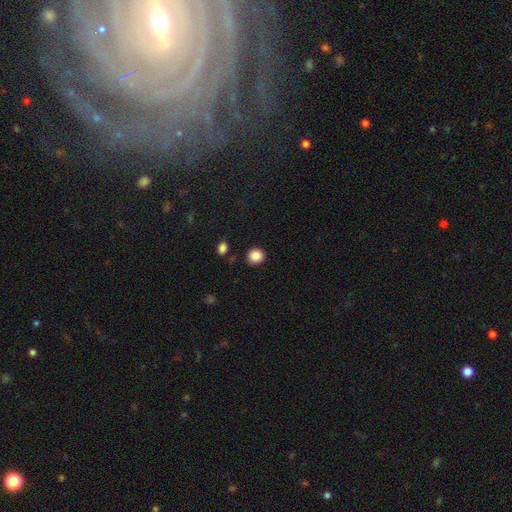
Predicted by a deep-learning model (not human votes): Smooth or featured?
  - smooth: 88% *
  - star or artifact: 9%
  - featured or disk: 3%
How rounded?
  - round: 80% *
  - in between: 19%
  - cigar-shaped: 1%
Merging?
  - none: 86% *
  - minor disturbance: 9%
  - major disturbance: 3%
  - merger: 2%